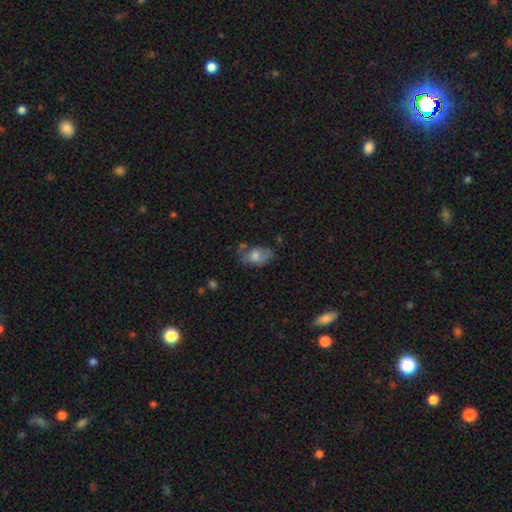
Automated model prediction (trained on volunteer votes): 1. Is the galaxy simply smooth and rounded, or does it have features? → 63% smooth, 28% featured or disk, 9% star or artifact.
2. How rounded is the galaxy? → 88% in between, 10% round, 2% cigar-shaped.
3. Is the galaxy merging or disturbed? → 48% none, 30% minor disturbance, 14% major disturbance, 7% merger.